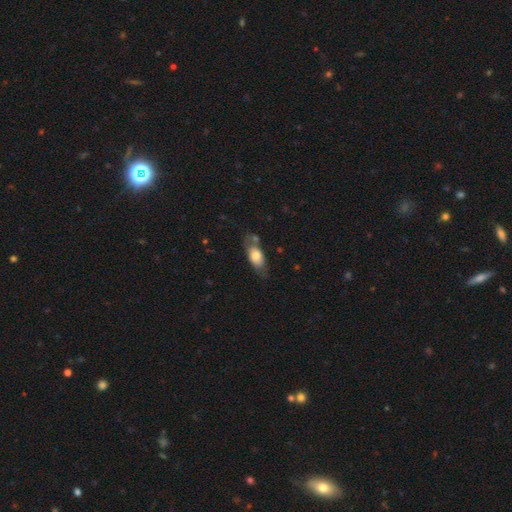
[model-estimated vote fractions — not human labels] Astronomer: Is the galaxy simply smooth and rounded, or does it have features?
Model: smooth — 67%.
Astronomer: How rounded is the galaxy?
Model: in between — 84%.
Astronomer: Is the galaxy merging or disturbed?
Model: none — 57%.